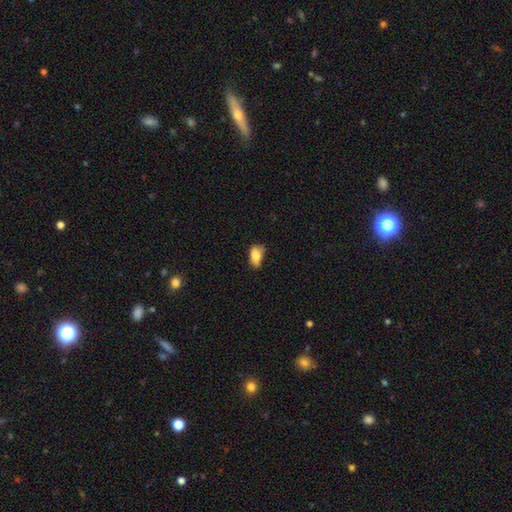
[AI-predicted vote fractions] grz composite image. It shows a smooth galaxy with no disk features (78%) that is in between round and cigar-shaped (88%). Merging: none (46%).